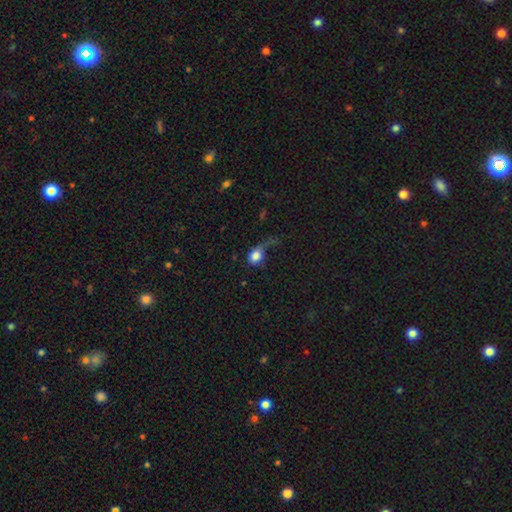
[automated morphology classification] Q: Smooth or featured?
A: smooth (76%); runner-up: featured or disk (15%)
Q: How rounded?
A: in between (52%); runner-up: round (46%)
Q: Merging?
A: major disturbance (53%); runner-up: none (21%)